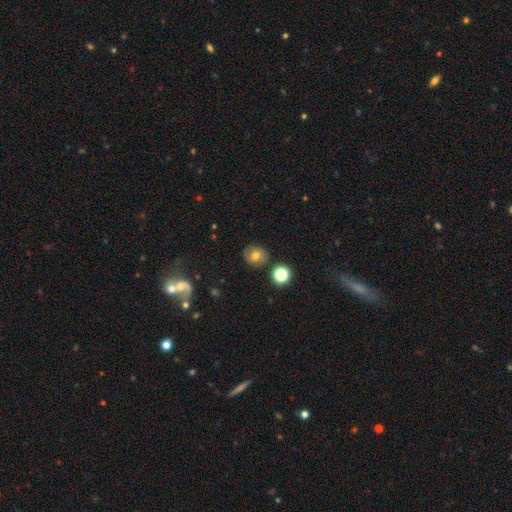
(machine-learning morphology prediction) This appears to be a smooth galaxy with no disk features (55%) that is round (82%). Merging: none (81%).